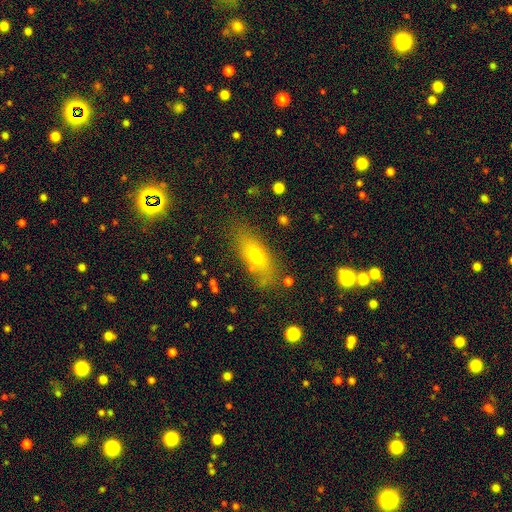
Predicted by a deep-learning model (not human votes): A smooth galaxy with no disk features (66%) that is in between round and cigar-shaped (66%). Merging: none (76%).